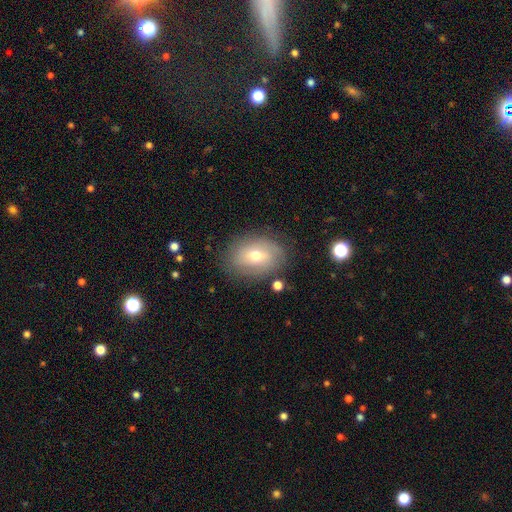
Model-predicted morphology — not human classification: type=smooth (50%); roundness=in between (71%); merging=none (79%).